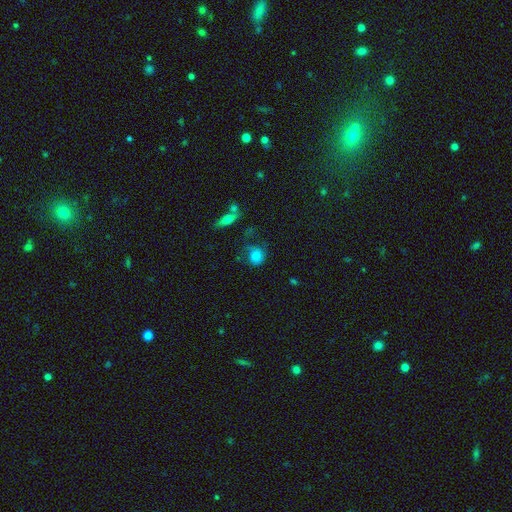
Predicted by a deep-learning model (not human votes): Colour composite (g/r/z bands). It shows a smooth galaxy with no disk features (69%) that is round (75%). Merging: none (50%).